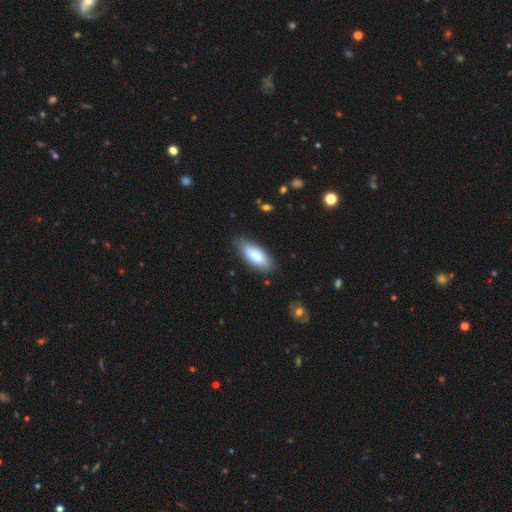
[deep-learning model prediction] Q: Smooth or featured?
A: smooth (82%); runner-up: featured or disk (12%)
Q: How rounded?
A: in between (77%); runner-up: cigar-shaped (22%)
Q: Merging?
A: none (82%); runner-up: minor disturbance (14%)